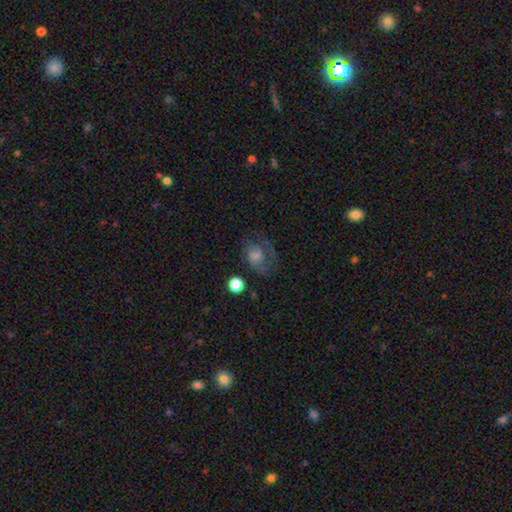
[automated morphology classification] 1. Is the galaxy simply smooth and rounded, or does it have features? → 42% featured or disk (tied), 42% smooth (tied), 15% star or artifact.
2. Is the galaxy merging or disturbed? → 48% none, 27% major disturbance, 22% minor disturbance, 3% merger.